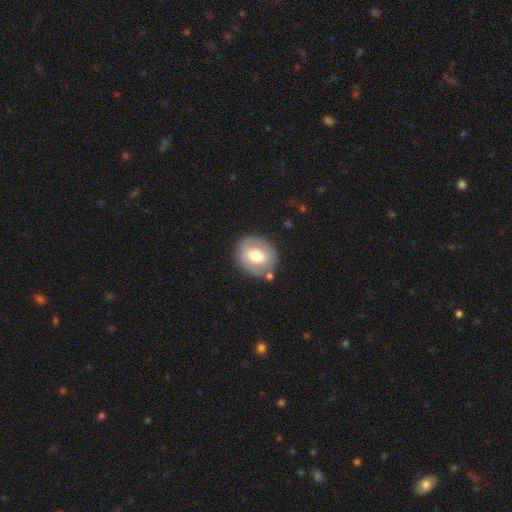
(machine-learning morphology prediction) Smooth or featured: smooth — 57% (featured or disk — 36%)
How rounded: round — 66% (in between — 33%)
Merging: none — 78% (minor disturbance — 13%)